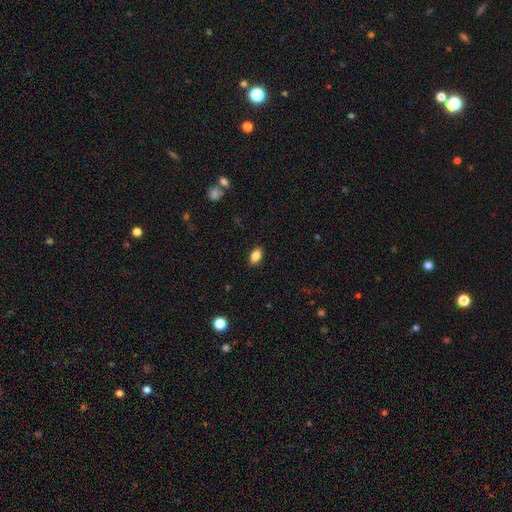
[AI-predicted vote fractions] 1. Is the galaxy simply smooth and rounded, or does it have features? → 86% smooth, 8% star or artifact, 6% featured or disk.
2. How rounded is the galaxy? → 91% in between, 7% round, 3% cigar-shaped.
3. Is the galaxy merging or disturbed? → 89% none, 8% minor disturbance, 2% major disturbance, 1% merger.